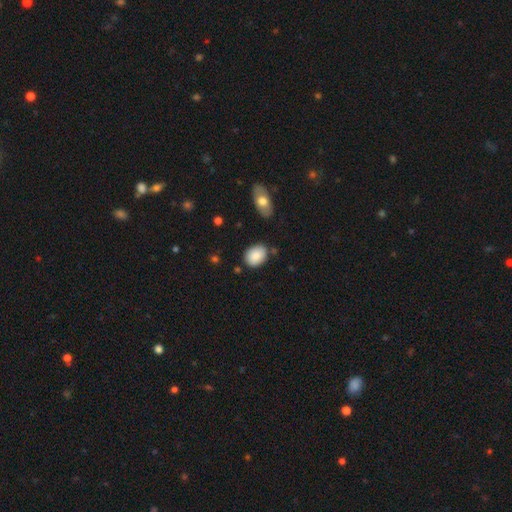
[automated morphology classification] Smooth or featured: smooth — 86% (star or artifact — 7%)
How rounded: in between — 72% (round — 27%)
Merging: none — 79% (minor disturbance — 14%)